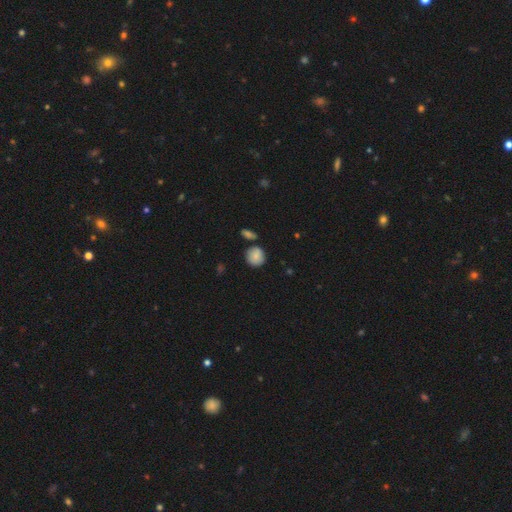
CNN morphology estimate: Q: Smooth or featured?
A: smooth (83%); runner-up: featured or disk (9%)
Q: How rounded?
A: round (87%); runner-up: in between (12%)
Q: Merging?
A: none (72%); runner-up: minor disturbance (15%)